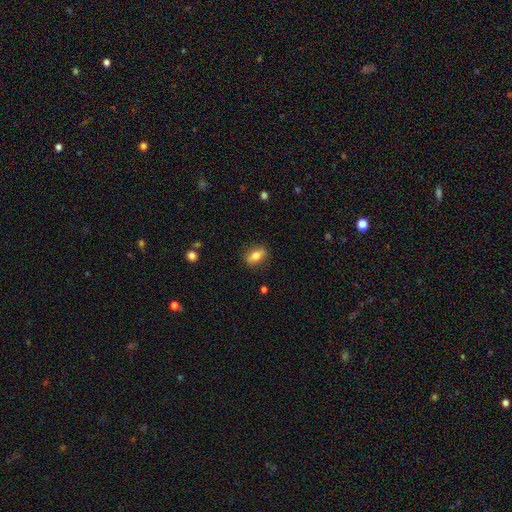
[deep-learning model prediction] smooth_or_featured: smooth (p=0.73) [alt: featured or disk p=0.19]
how_rounded: in between (p=0.76) [alt: cigar-shaped p=0.12]
merging: none (p=0.85) [alt: minor disturbance p=0.11]